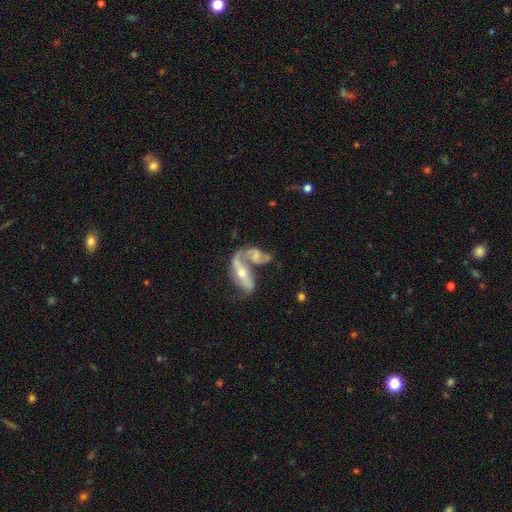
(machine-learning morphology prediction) Smooth or featured? Predicted: featured or disk (p=0.67). Edge-on disk? Predicted: no (p=0.91). Bar? Predicted: no (p=0.57). Spiral arms? Predicted: yes (p=0.73). Bulge size? Predicted: moderate (p=0.45). Merging? Predicted: merger (p=0.63).